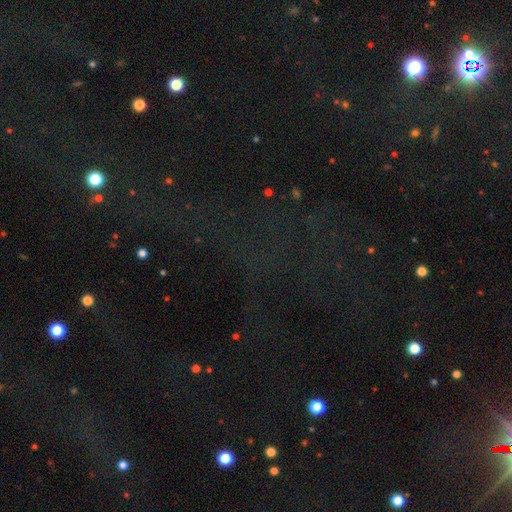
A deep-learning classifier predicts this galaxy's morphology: The model was most divided on "smooth or featured": star or artifact: 71%, smooth: 16%, featured or disk: 13%.